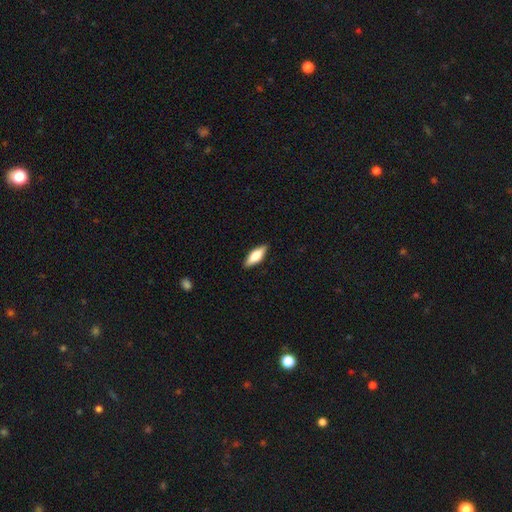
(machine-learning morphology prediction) smooth_or_featured: smooth (p=0.65) [alt: featured or disk p=0.29]
how_rounded: in between (p=0.61) [alt: cigar-shaped p=0.37]
merging: none (p=0.89) [alt: minor disturbance p=0.09]